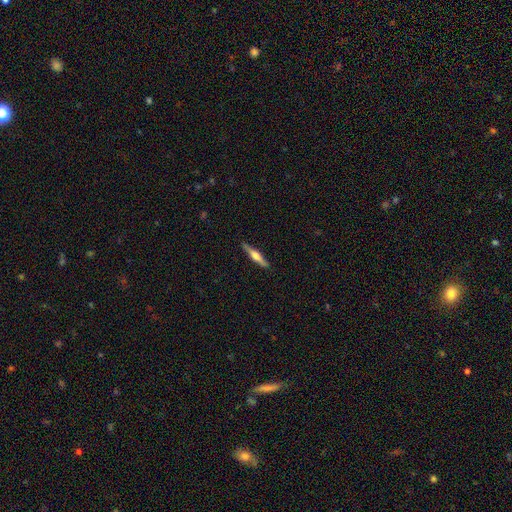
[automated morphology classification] Smooth or featured?
  - featured or disk: 64% *
  - smooth: 30%
  - star or artifact: 5%
Edge-on disk?
  - yes: 97% *
  - no: 3%
Edge-on bulge?
  - rounded: 90% *
  - boxy: 7%
  - none: 3%
Merging?
  - none: 89% *
  - minor disturbance: 8%
  - major disturbance: 2%
  - merger: 1%